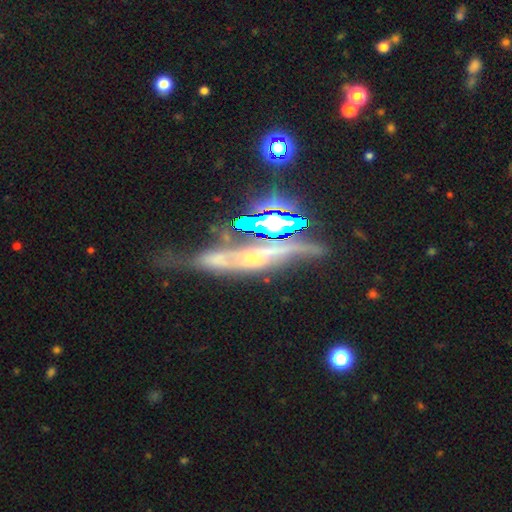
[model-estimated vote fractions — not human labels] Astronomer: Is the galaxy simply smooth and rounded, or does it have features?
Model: featured or disk — 43% (runner-up: star or artifact, 39%).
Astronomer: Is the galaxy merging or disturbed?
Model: none — 50%.